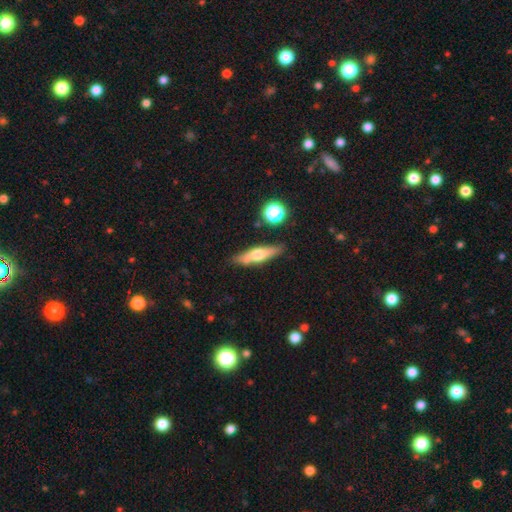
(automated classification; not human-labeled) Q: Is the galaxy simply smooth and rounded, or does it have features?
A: featured or disk — 49%.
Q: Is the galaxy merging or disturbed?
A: none — 81%.